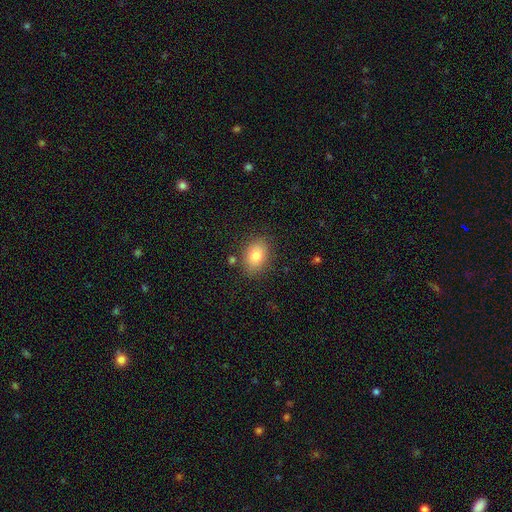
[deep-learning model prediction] Smooth or featured? smooth (79%)
How rounded? in between (75%)
Merging? none (82%)